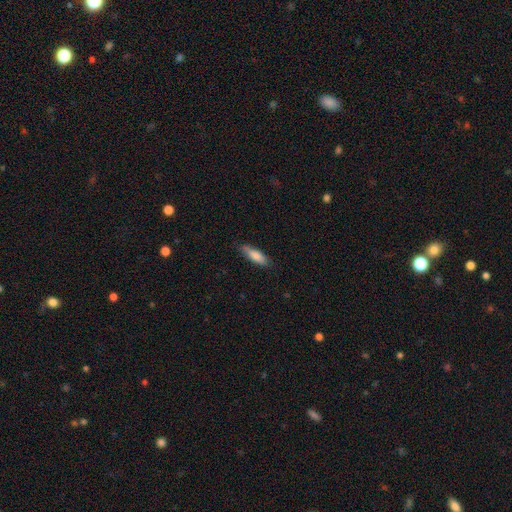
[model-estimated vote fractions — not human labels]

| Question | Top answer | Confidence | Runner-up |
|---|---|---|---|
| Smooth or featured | smooth | 82% | featured or disk (12%) |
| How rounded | cigar-shaped | 52% | in between (47%) |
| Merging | none | 78% | minor disturbance (18%) |